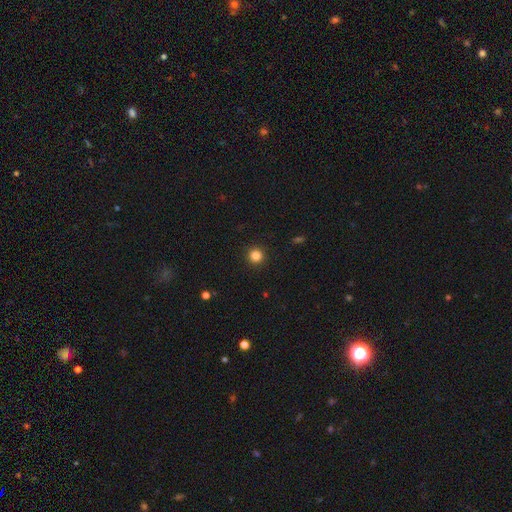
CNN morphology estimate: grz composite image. It shows a smooth galaxy with no disk features (83%) that is round (96%). Merging: none (93%).